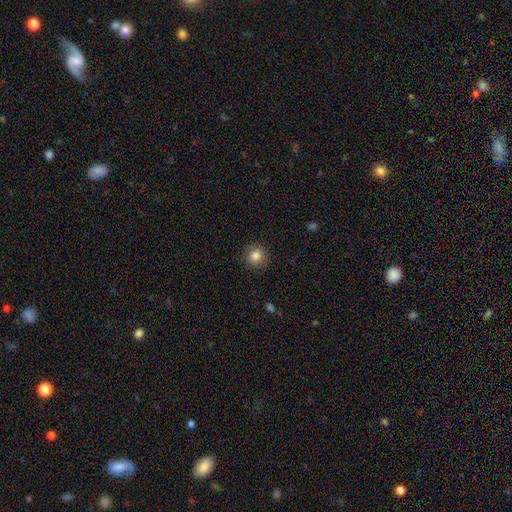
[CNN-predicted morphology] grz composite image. It shows a smooth galaxy with no disk features (84%) that is round (92%). Merging: none (90%).